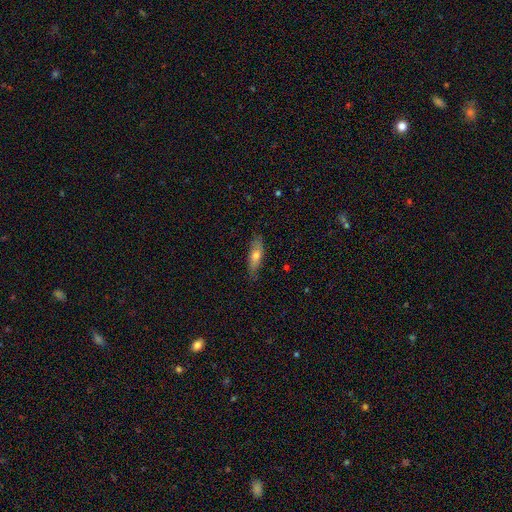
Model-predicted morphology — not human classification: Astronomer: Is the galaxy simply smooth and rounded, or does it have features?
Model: smooth — 66%.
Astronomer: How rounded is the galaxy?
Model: in between — 49%, tied with cigar-shaped at 49%.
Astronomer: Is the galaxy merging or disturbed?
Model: none — 80%.